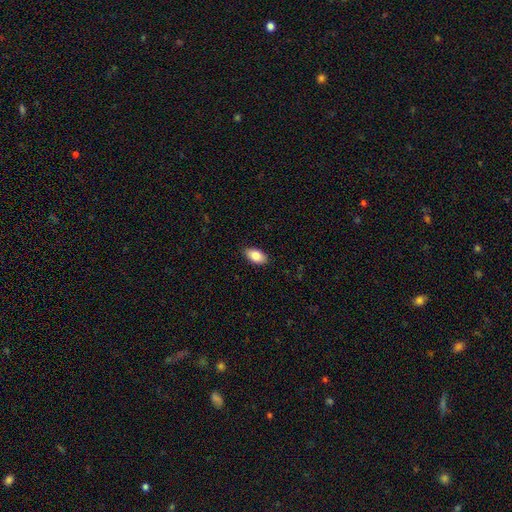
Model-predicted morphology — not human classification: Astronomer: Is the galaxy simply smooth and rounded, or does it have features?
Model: smooth — 86%.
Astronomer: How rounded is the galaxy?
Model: in between — 93%.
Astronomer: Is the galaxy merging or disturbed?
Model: none — 87%.